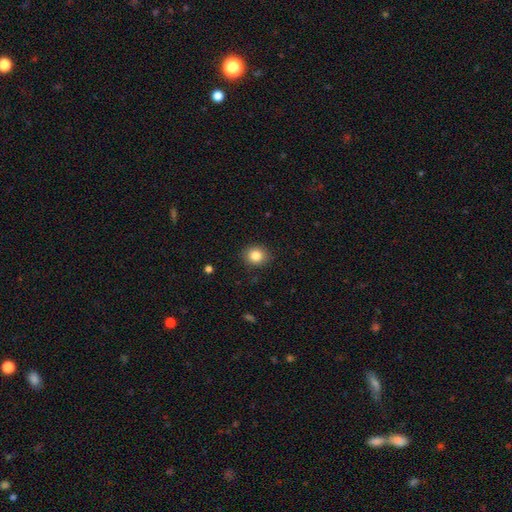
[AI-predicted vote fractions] Overall: smooth (84%). How rounded: round (76%). Merging: none (89%).